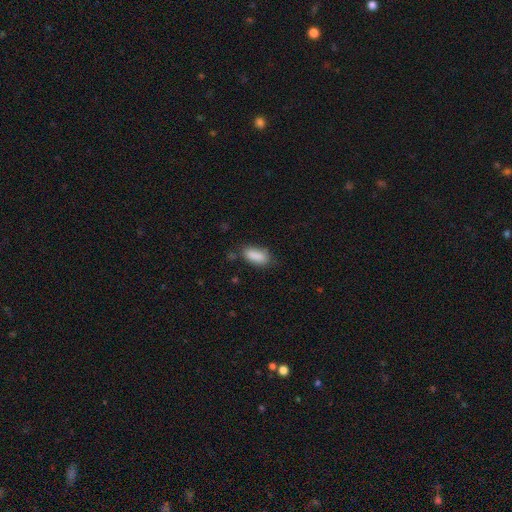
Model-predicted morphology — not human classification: This is clearly a smooth galaxy (87%). How rounded: clearly in between (85%). Merging: likely none (71%).